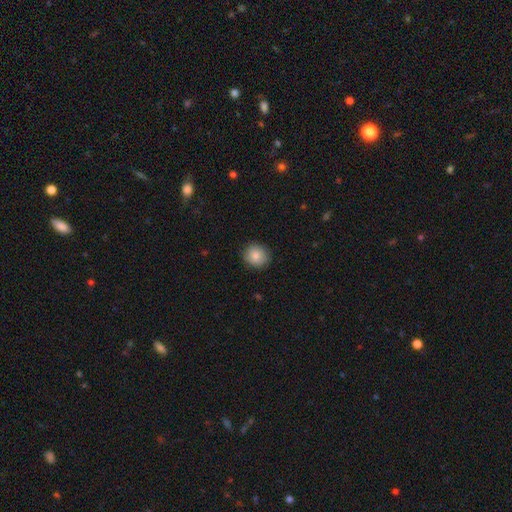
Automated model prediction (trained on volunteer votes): Smooth or featured: smooth — 85% (star or artifact — 8%)
How rounded: round — 84% (in between — 15%)
Merging: none — 88% (minor disturbance — 9%)